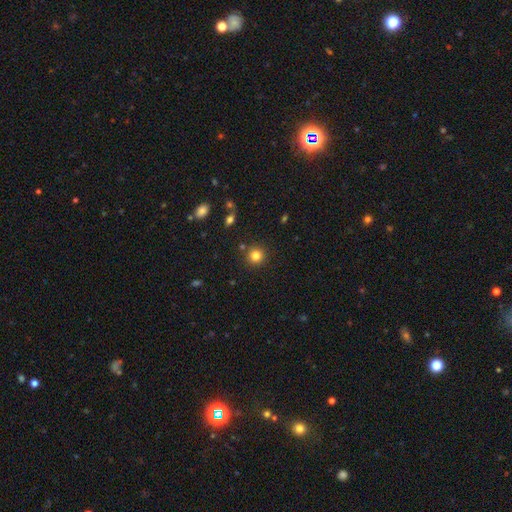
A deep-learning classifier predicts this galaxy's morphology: A smooth galaxy with no disk features (82%) that is round (94%). Merging: none (88%).